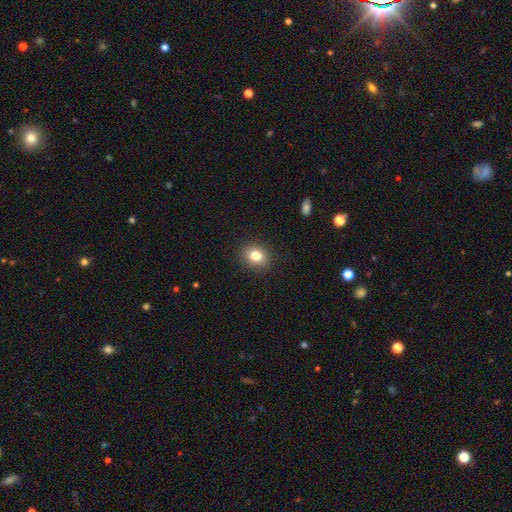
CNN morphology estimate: Smooth or featured? smooth (80%)
How rounded? round (69%)
Merging? none (90%)